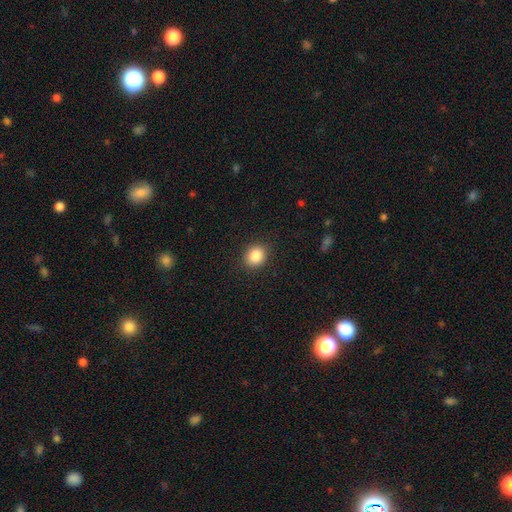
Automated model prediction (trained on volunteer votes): The model was most divided on "how rounded": round: 71%, in between: 28%, cigar-shaped: 1%. More confident: merging — none (89%); smooth or featured — smooth (86%).